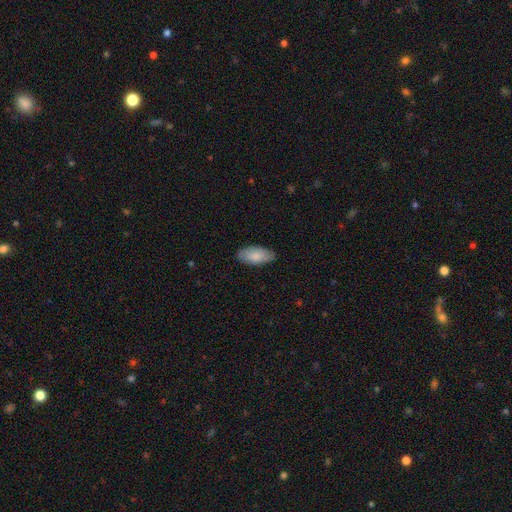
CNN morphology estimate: Smooth or featured?
  - smooth: 82% *
  - featured or disk: 12%
  - star or artifact: 5%
How rounded?
  - in between: 92% *
  - cigar-shaped: 6%
  - round: 2%
Merging?
  - none: 83% *
  - minor disturbance: 14%
  - major disturbance: 2%
  - merger: 1%